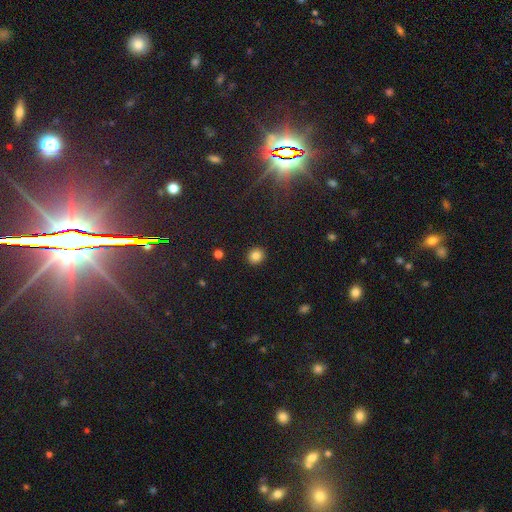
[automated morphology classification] This is clearly a smooth galaxy (84%). How rounded: clearly round (83%). Merging: clearly none (92%).